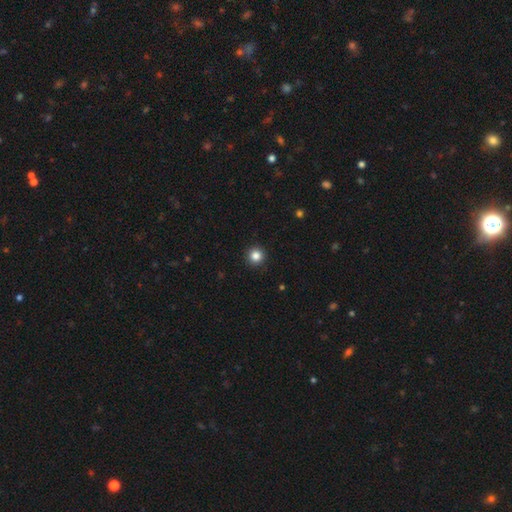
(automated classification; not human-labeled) Q: Smooth or featured?
A: smooth (84%); runner-up: star or artifact (12%)
Q: How rounded?
A: round (96%); runner-up: in between (3%)
Q: Merging?
A: none (93%); runner-up: minor disturbance (4%)